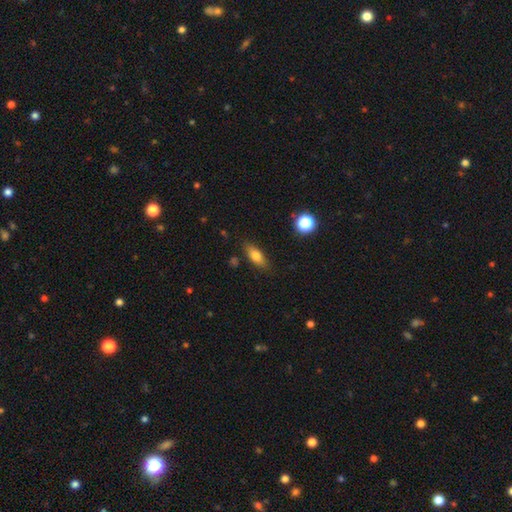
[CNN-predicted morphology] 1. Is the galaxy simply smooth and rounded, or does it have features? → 74% smooth, 17% featured or disk, 9% star or artifact.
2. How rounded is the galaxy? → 70% in between, 25% cigar-shaped, 5% round.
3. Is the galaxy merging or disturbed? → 82% none, 13% minor disturbance, 3% major disturbance, 2% merger.